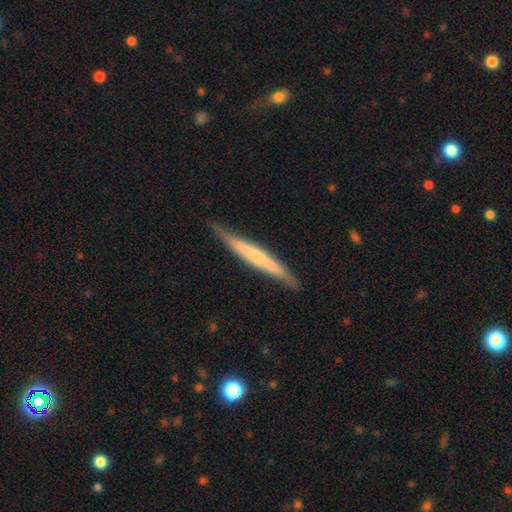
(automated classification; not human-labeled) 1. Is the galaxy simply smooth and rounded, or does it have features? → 52% featured or disk, 43% smooth, 5% star or artifact.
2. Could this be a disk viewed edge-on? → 93% yes, 7% no.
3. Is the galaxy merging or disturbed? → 83% none, 13% minor disturbance, 2% major disturbance, 1% merger.